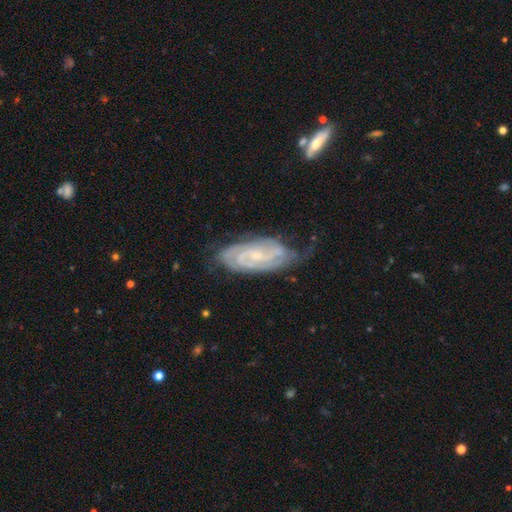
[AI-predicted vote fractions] Smooth or featured? featured or disk (86%)
Edge-on disk? no (94%)
Bar? no (50%)
Spiral arms? yes (97%)
Spiral winding? tight (66%)
Spiral arm count? 2 (40%)
Bulge size? small (76%)
Merging? none (63%)